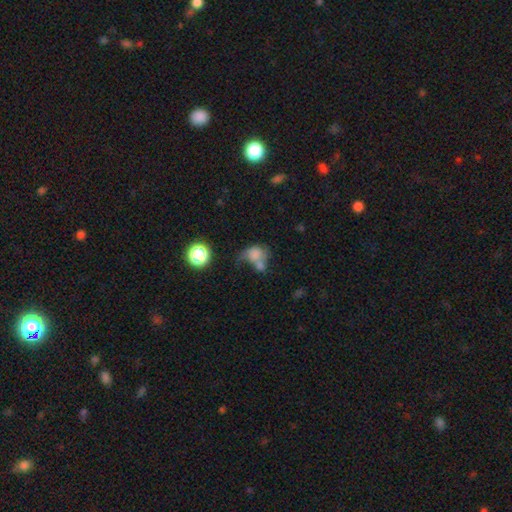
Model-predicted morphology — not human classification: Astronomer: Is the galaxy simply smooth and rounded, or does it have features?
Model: smooth — 67%.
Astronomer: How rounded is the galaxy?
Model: in between — 55% (runner-up: round, 43%).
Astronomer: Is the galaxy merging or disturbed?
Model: merger — 42% (runner-up: major disturbance, 23%).